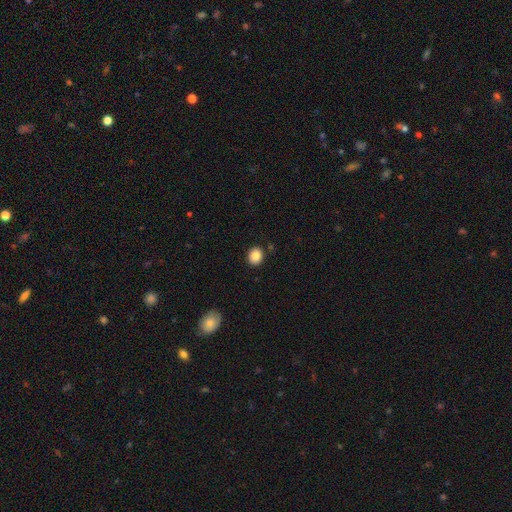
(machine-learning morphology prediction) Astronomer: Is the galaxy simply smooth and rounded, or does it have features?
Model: smooth — 86%.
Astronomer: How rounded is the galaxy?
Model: round — 70%.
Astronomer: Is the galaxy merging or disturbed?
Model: none — 88%.